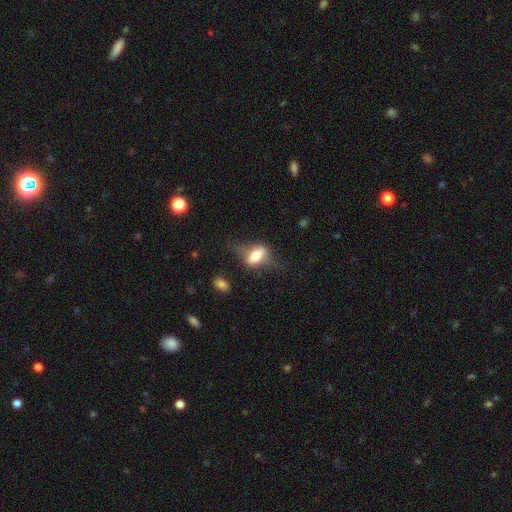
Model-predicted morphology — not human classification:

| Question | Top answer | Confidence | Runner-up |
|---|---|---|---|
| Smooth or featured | smooth | 47% | featured or disk (44%) |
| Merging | none | 52% | minor disturbance (25%) |